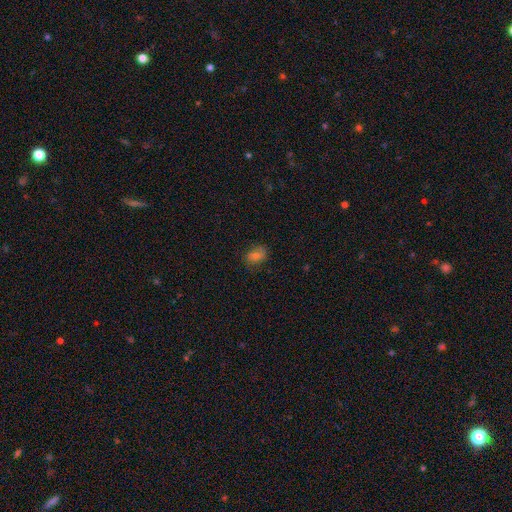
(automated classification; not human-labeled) smooth_or_featured: smooth (p=0.64) [alt: featured or disk p=0.22]
how_rounded: in between (p=0.60) [alt: round p=0.39]
merging: none (p=0.75) [alt: minor disturbance p=0.18]